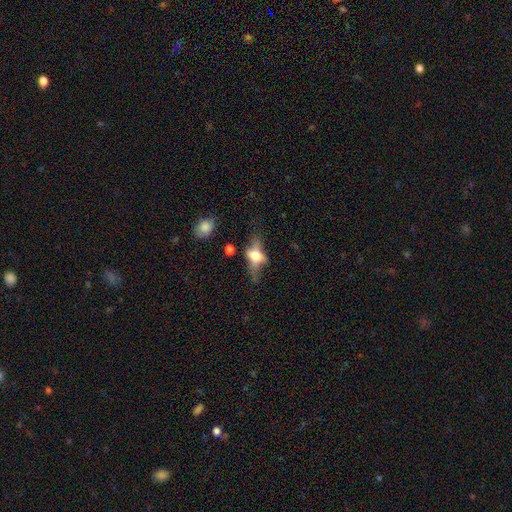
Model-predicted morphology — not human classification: A featured or disk galaxy (49%).

Vote fractions:
- Smooth or featured? featured or disk: 49% / smooth: 40% / star or artifact: 11%
- Merging? none: 45% / major disturbance: 26% / minor disturbance: 22% / merger: 6%